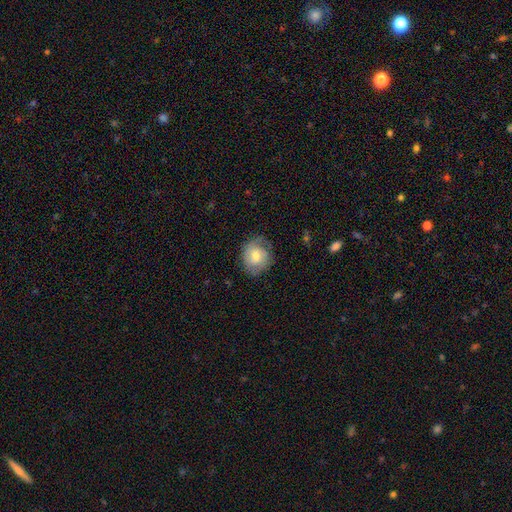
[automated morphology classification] smooth-or-featured: smooth: 58% | featured or disk: 35% | star or artifact: 7%
  how-rounded: round: 76% | in between: 23% | cigar-shaped: 1%
  merging: none: 69% | minor disturbance: 23% | major disturbance: 8% | merger: 1%